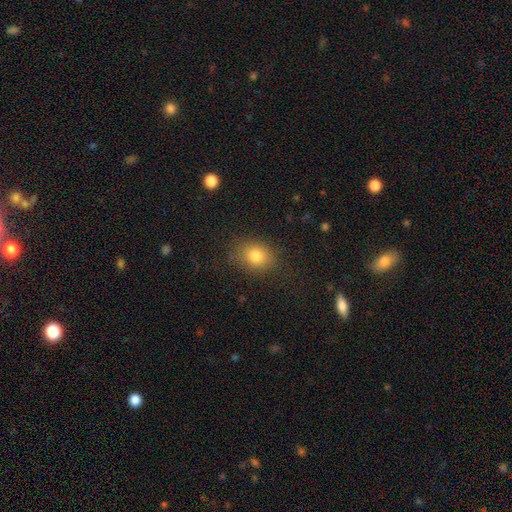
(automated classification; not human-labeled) A smooth galaxy with no disk features (81%) that is in between round and cigar-shaped (59%).

Vote fractions:
- Smooth or featured? smooth: 81% / star or artifact: 11% / featured or disk: 8%
- How rounded? in between: 59% / round: 39% / cigar-shaped: 1%
- Merging? none: 81% / minor disturbance: 13% / major disturbance: 5% / merger: 1%